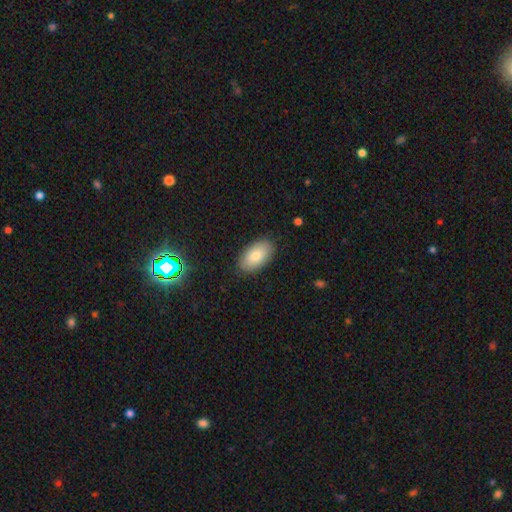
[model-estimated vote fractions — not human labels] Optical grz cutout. It shows a smooth galaxy with no disk features (81%) that is in between round and cigar-shaped (95%). Merging: none (86%).